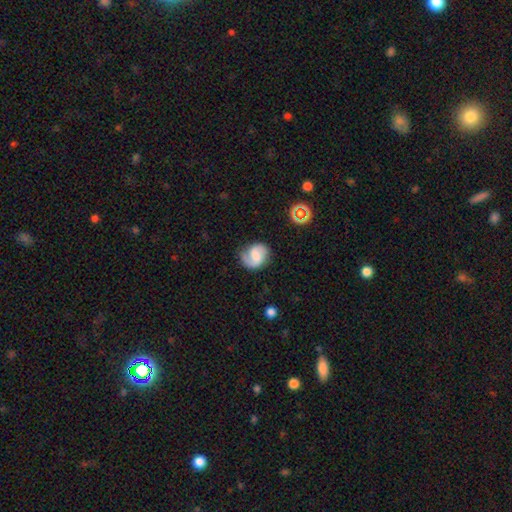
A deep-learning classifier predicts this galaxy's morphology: Smooth or featured? featured or disk (68%)
Edge-on disk? no (98%)
Bar? weak (50%)
Spiral arms? yes (94%)
Spiral winding? medium (46%)
Spiral arm count? 2 (70%)
Bulge size? none (30%)
Merging? none (71%)